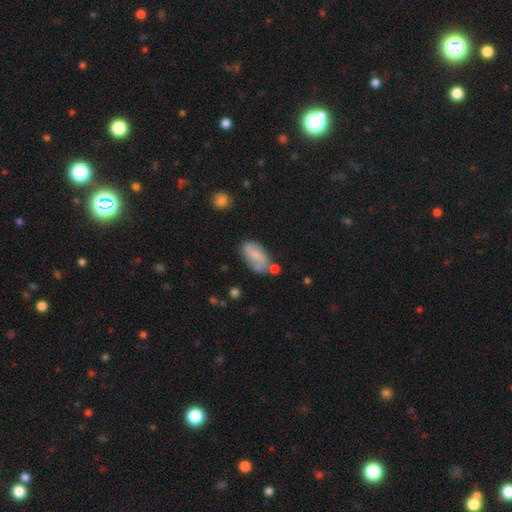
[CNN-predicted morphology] smooth_or_featured: smooth (p=0.53) [alt: featured or disk p=0.39]
how_rounded: in between (p=0.91) [alt: cigar-shaped p=0.05]
merging: none (p=0.55) [alt: minor disturbance p=0.22]